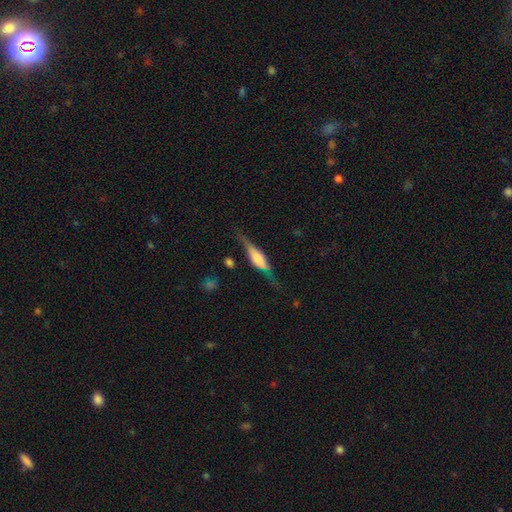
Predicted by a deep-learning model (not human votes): Q: Smooth or featured?
A: featured or disk (73%); runner-up: smooth (19%)
Q: Edge-on disk?
A: yes (94%); runner-up: no (6%)
Q: Edge-on bulge?
A: rounded (50%); runner-up: boxy (44%)
Q: Merging?
A: none (74%); runner-up: minor disturbance (17%)